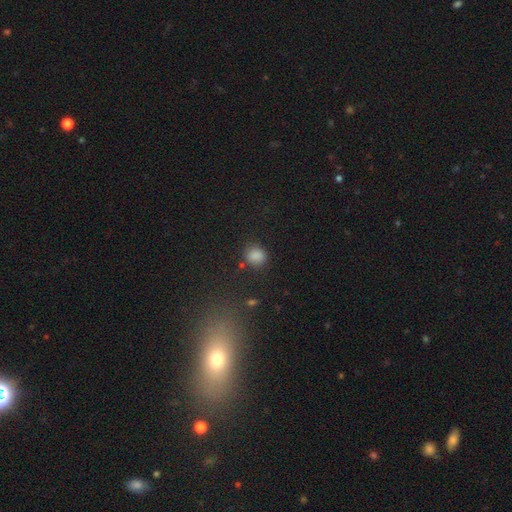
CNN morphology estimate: This appears to be a smooth galaxy with no disk features (83%) that is round (72%). Merging: none (74%).